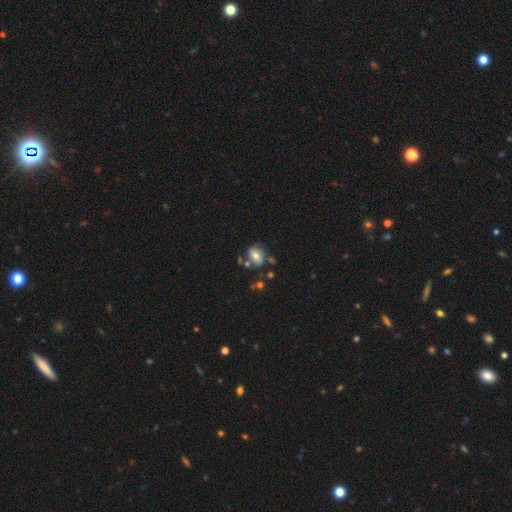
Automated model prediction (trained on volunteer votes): Q: Smooth or featured?
A: smooth (56%); runner-up: featured or disk (33%)
Q: How rounded?
A: in between (57%); runner-up: round (41%)
Q: Merging?
A: none (59%); runner-up: minor disturbance (19%)